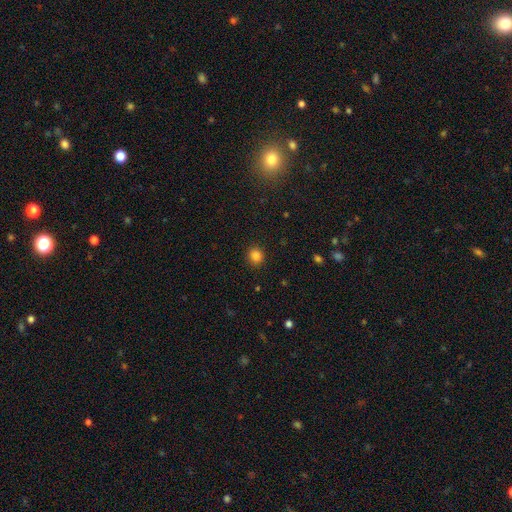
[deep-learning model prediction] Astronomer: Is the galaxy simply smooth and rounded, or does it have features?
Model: smooth — 85%.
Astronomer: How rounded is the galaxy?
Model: round — 86%.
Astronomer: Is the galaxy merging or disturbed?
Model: none — 90%.